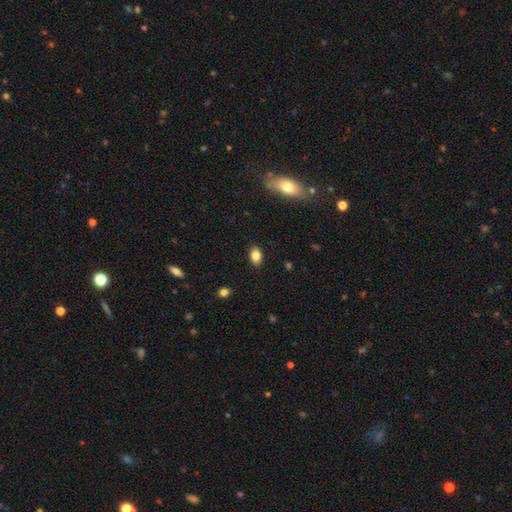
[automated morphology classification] smooth 83%, star or artifact 9%, featured or disk 8%. Down the decision tree: how rounded — in between (82%); merging — none (88%).